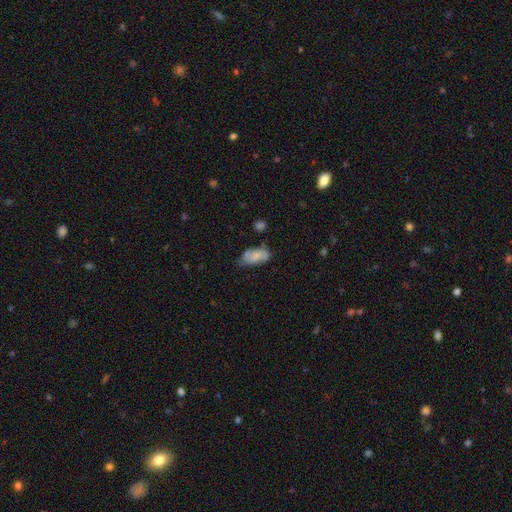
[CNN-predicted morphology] The model was most divided on "merging": none: 54%, minor disturbance: 31%, major disturbance: 8%, merger: 7%. More confident: how rounded — in between (91%); smooth or featured — smooth (65%).